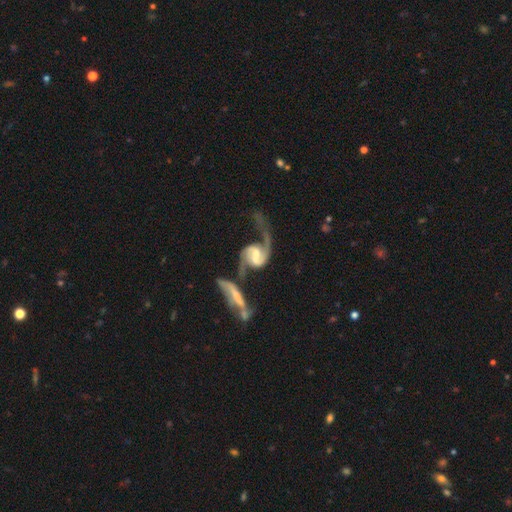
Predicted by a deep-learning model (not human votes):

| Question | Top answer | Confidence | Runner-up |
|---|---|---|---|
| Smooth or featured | featured or disk | 91% | smooth (5%) |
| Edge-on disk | no | 97% | yes (3%) |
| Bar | strong | 42% | tied: weak (42%) |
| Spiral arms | yes | 97% | no (3%) |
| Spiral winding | loose | 52% | medium (38%) |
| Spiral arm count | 2 | 91% | 1 (4%) |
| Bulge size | none | 31% | moderate (28%) |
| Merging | merger | 36% | none (33%) |